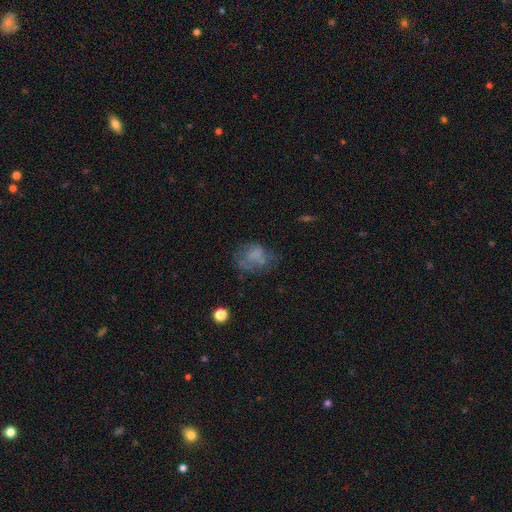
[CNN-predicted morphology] smooth_or_featured: smooth (p=0.52) [alt: featured or disk p=0.33]
how_rounded: in between (p=0.58) [alt: round p=0.41]
merging: none (p=0.42) [alt: major disturbance p=0.27]